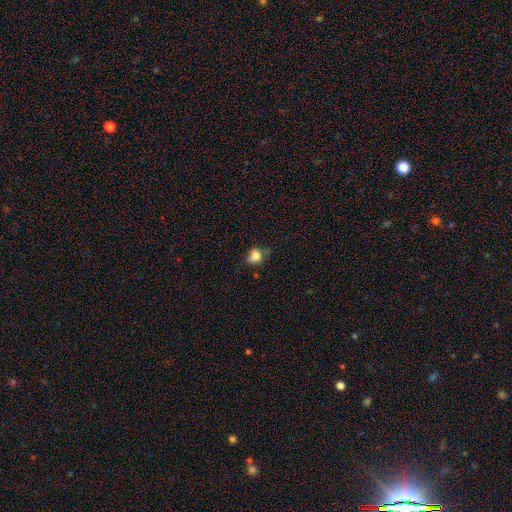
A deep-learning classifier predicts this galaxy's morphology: type=smooth (81%); roundness=round (63%); merging=none (62%).